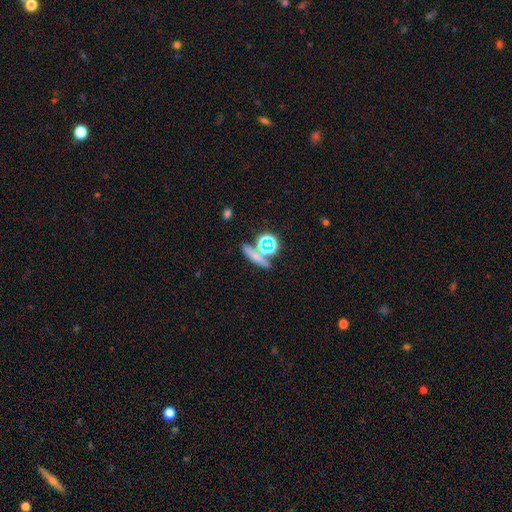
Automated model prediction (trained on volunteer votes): Overall: smooth (58%; star or artifact 23%). How rounded: cigar-shaped (53%; in between 24%). Merging: none (65%).